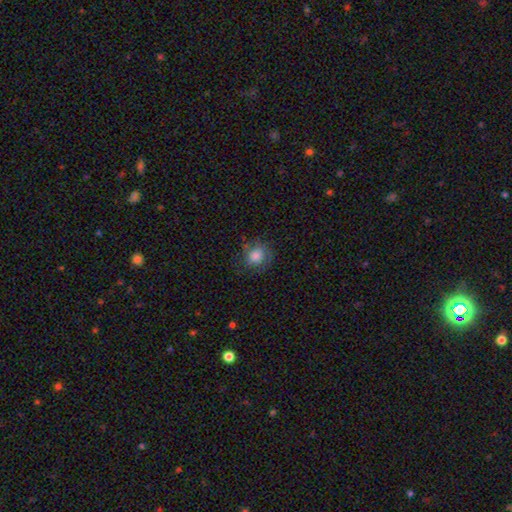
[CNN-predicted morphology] Smooth or featured? smooth (77%)
How rounded? round (84%)
Merging? none (73%)